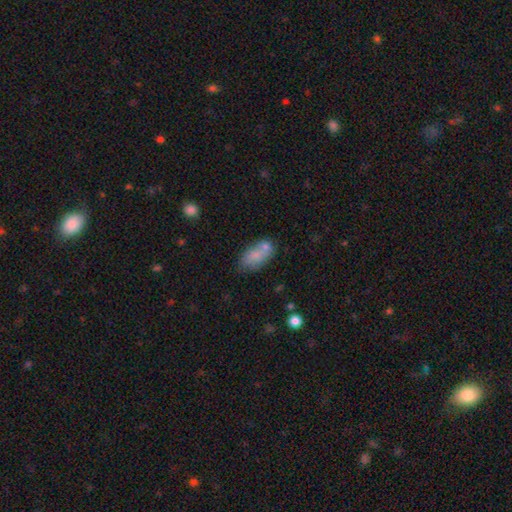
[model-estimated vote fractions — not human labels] The model was most divided on "merging": none: 49%, merger: 24%, minor disturbance: 20%, major disturbance: 7%. More confident: how rounded — in between (90%); smooth or featured — smooth (75%).